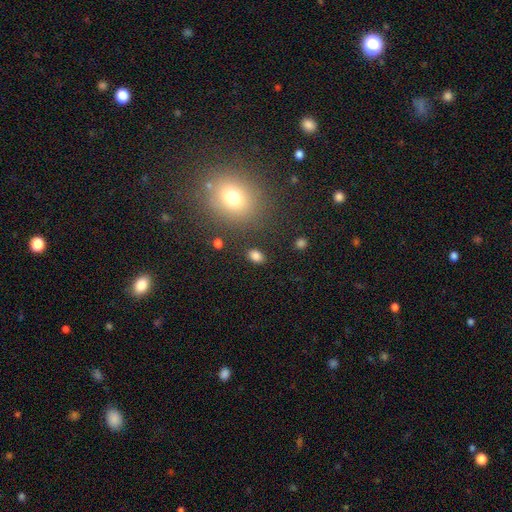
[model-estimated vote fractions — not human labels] Smooth or featured? smooth (82%)
How rounded? in between (80%)
Merging? none (85%)